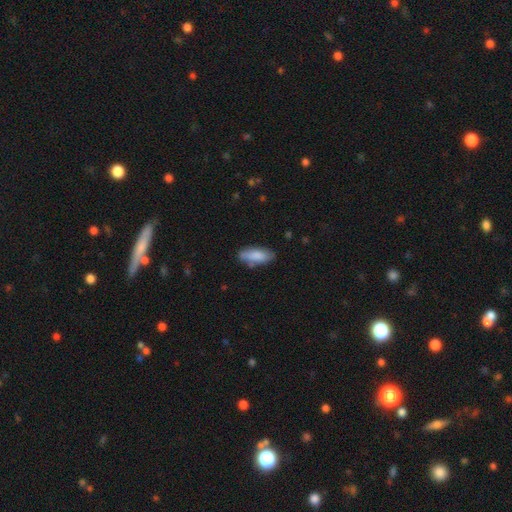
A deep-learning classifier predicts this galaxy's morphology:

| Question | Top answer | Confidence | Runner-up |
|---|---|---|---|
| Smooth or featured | smooth | 84% | featured or disk (10%) |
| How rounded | in between | 75% | cigar-shaped (23%) |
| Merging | none | 73% | minor disturbance (19%) |